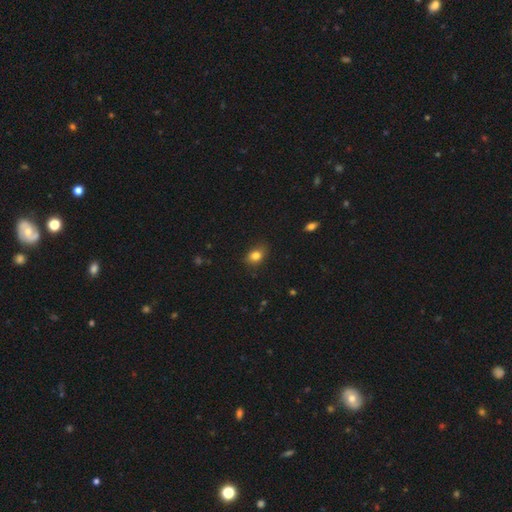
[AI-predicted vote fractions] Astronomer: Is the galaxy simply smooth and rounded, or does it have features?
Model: smooth — 82%.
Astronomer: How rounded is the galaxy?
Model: in between — 65%.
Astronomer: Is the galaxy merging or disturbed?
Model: none — 77%.